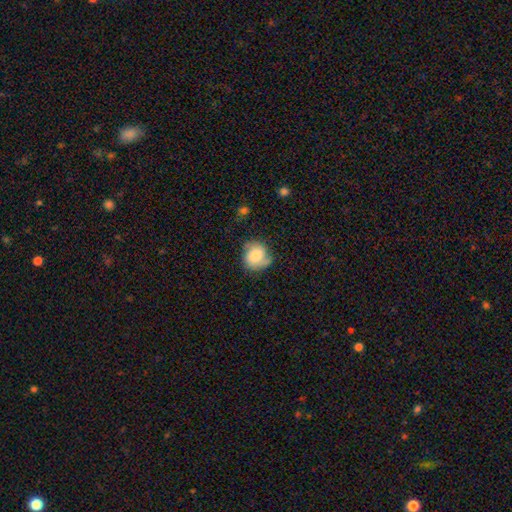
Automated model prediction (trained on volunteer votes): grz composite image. It shows a smooth galaxy with no disk features (61%) that is round (81%). Merging: none (63%).